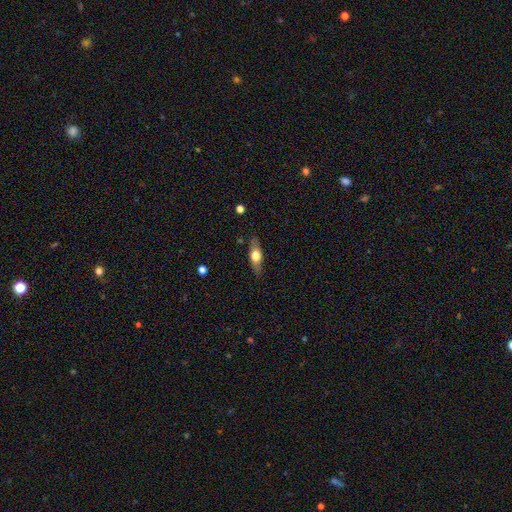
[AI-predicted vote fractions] This appears to be a smooth galaxy with no disk features (52%) that is in between round and cigar-shaped (54%). Merging: none (84%).